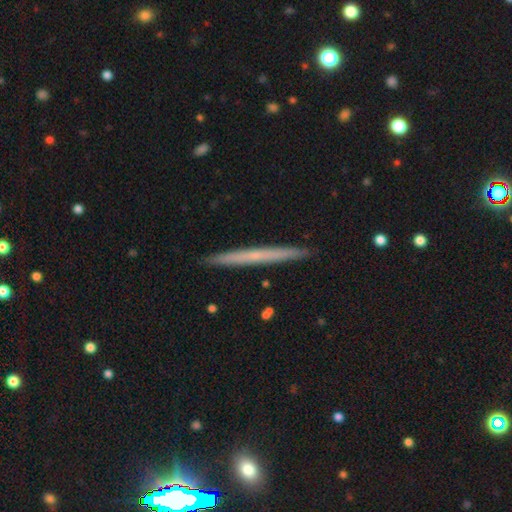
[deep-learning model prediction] smooth-or-featured: featured or disk: 48% | smooth: 45% | star or artifact: 6%
  merging: none: 92% | minor disturbance: 6% | major disturbance: 1% | merger: 1%